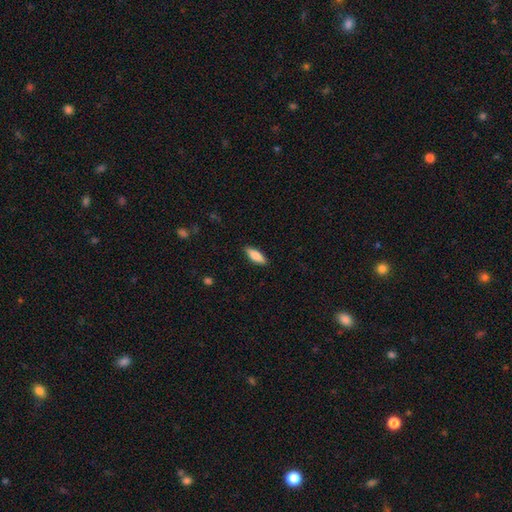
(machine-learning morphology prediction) Overall: smooth (81%). How rounded: in between (63%; cigar-shaped 35%). Merging: none (89%).